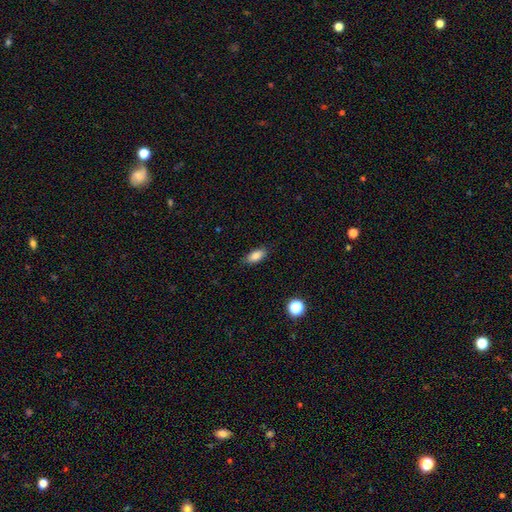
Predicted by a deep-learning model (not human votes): This is clearly a smooth galaxy (85%). How rounded: clearly in between (86%). Merging: clearly none (86%).